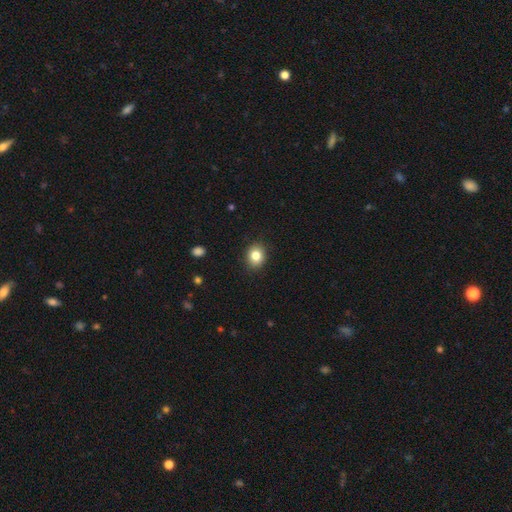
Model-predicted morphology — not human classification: The model was most divided on "how rounded": round: 61%, in between: 38%, cigar-shaped: 1%. More confident: merging — none (89%); smooth or featured — smooth (83%).